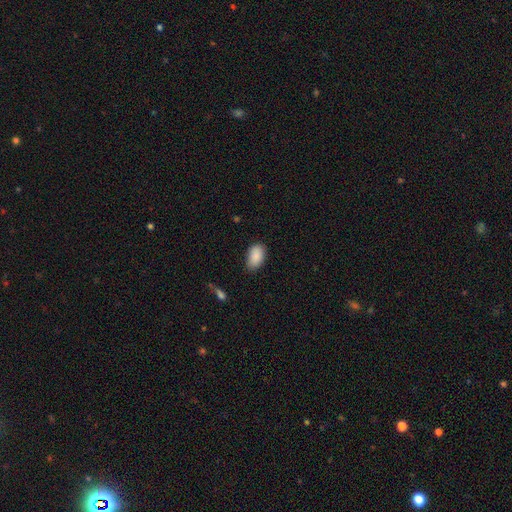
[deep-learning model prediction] The model was most divided on "merging": none: 78%, minor disturbance: 18%, major disturbance: 3%, merger: 1%. More confident: how rounded — in between (92%); smooth or featured — smooth (89%).